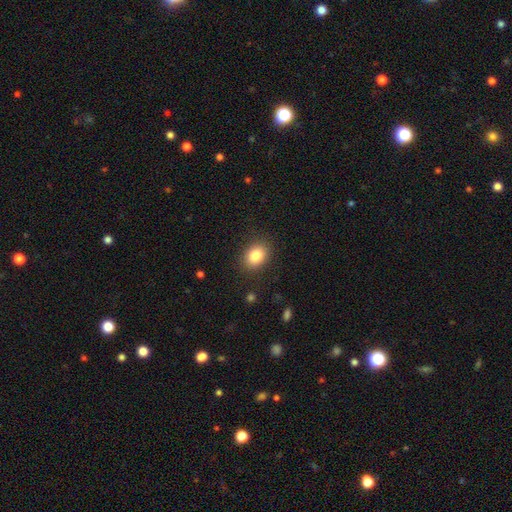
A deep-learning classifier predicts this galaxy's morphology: Overall: smooth (85%). How rounded: in between (66%; round 33%). Merging: none (86%).